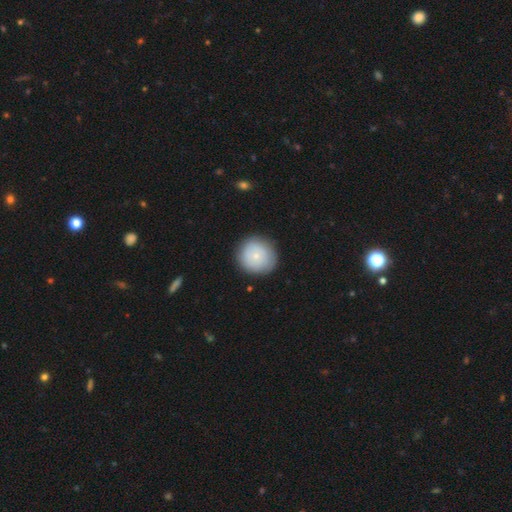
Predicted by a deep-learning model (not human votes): smooth-or-featured: smooth: 74% | featured or disk: 20% | star or artifact: 7%
  how-rounded: round: 92% | in between: 7% | cigar-shaped: 1%
  merging: none: 85% | minor disturbance: 10% | major disturbance: 3% | merger: 1%